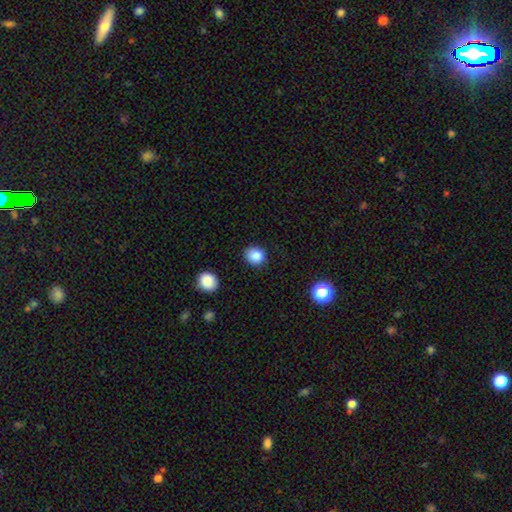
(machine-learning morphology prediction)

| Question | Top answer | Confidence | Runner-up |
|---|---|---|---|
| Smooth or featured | smooth | 87% | star or artifact (10%) |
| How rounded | round | 78% | in between (22%) |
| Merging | none | 84% | minor disturbance (11%) |